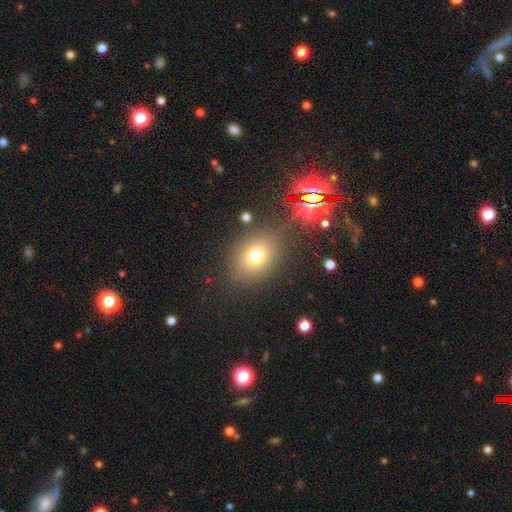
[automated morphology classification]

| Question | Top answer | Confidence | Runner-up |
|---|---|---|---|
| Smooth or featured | smooth | 70% | star or artifact (19%) |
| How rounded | in between | 55% | round (44%) |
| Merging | none | 76% | minor disturbance (12%) |